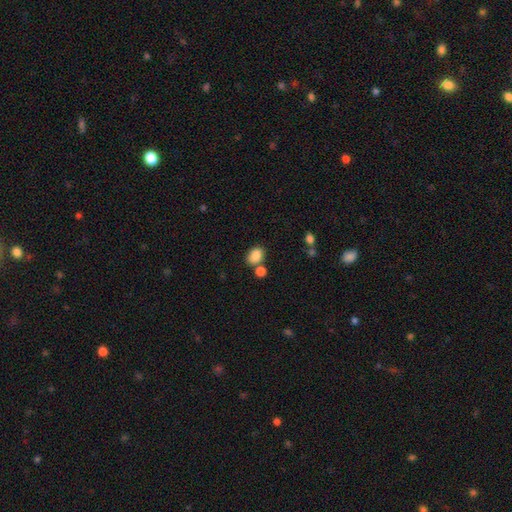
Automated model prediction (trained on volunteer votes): A smooth galaxy with no disk features (86%) that is in between round and cigar-shaped (71%).

Vote fractions:
- Smooth or featured? smooth: 86% / star or artifact: 9% / featured or disk: 5%
- How rounded? in between: 71% / round: 28% / cigar-shaped: 1%
- Merging? none: 63% / merger: 19% / minor disturbance: 13% / major disturbance: 5%